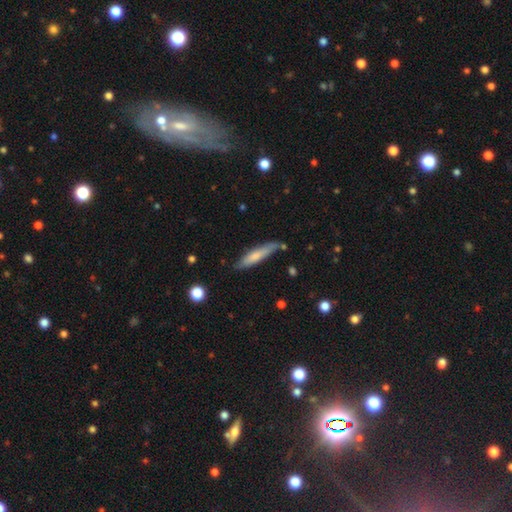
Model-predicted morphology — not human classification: Smooth or featured?
  - smooth: 69% *
  - featured or disk: 26%
  - star or artifact: 6%
How rounded?
  - cigar-shaped: 87% *
  - in between: 12%
  - round: 1%
Merging?
  - none: 75% *
  - minor disturbance: 18%
  - merger: 4%
  - major disturbance: 3%